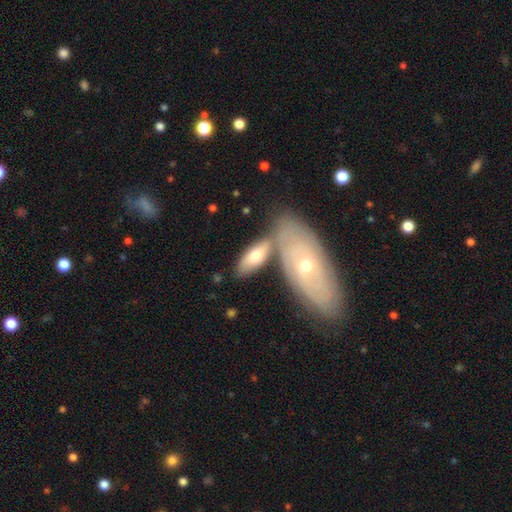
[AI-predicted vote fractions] A smooth galaxy with no disk features (63%) that is in between round and cigar-shaped (75%).

Vote fractions:
- Smooth or featured? smooth: 63% / featured or disk: 32% / star or artifact: 5%
- How rounded? in between: 75% / cigar-shaped: 22% / round: 3%
- Merging? none: 47% / merger: 33% / minor disturbance: 15% / major disturbance: 5%